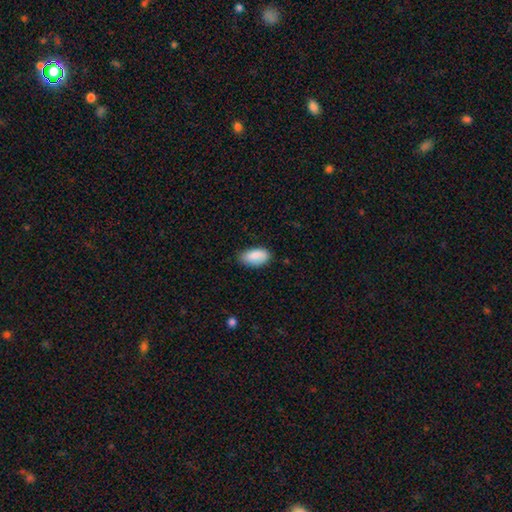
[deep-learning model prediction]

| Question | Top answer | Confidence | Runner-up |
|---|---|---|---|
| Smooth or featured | smooth | 84% | featured or disk (9%) |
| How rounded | in between | 94% | round (3%) |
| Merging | none | 73% | minor disturbance (22%) |